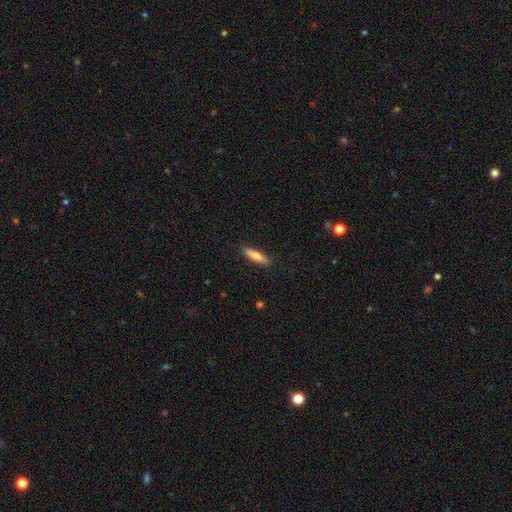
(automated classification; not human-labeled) This appears to be a smooth galaxy with no disk features (74%) that is cigar-shaped (75%). Merging: none (89%).